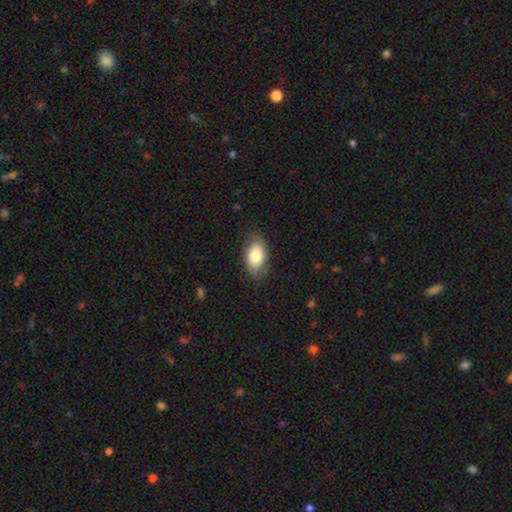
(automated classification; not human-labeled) smooth-or-featured: smooth: 77% | featured or disk: 17% | star or artifact: 6%
  how-rounded: in between: 92% | round: 7% | cigar-shaped: 2%
  merging: none: 77% | minor disturbance: 18% | major disturbance: 4% | merger: 1%